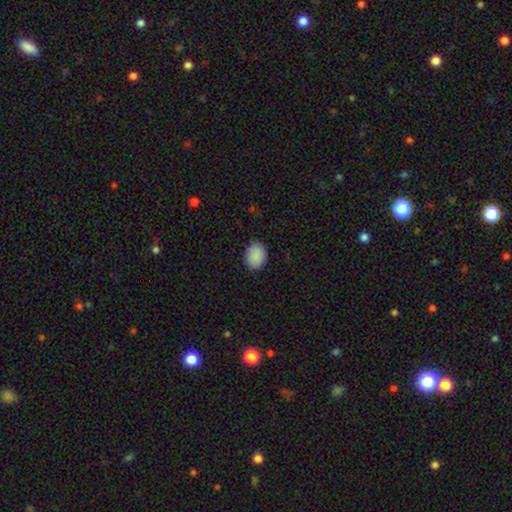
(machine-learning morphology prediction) A smooth galaxy with no disk features (89%) that is in between round and cigar-shaped (55%).

Vote fractions:
- Smooth or featured? smooth: 89% / star or artifact: 8% / featured or disk: 3%
- How rounded? in between: 55% / round: 44% / cigar-shaped: 1%
- Merging? none: 87% / minor disturbance: 10% / major disturbance: 2% / merger: 1%